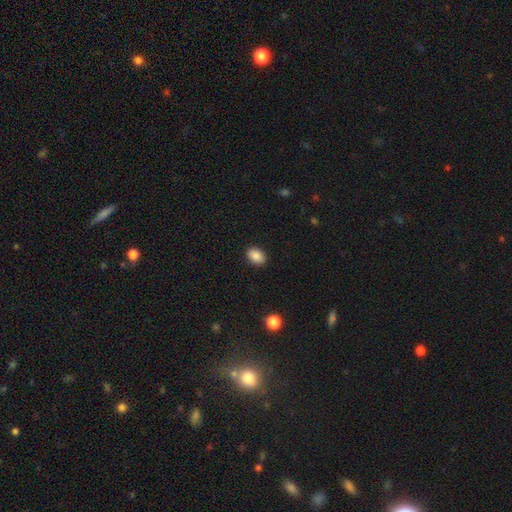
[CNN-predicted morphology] This is clearly a smooth galaxy (88%). How rounded: clearly in between (83%). Merging: clearly none (90%).